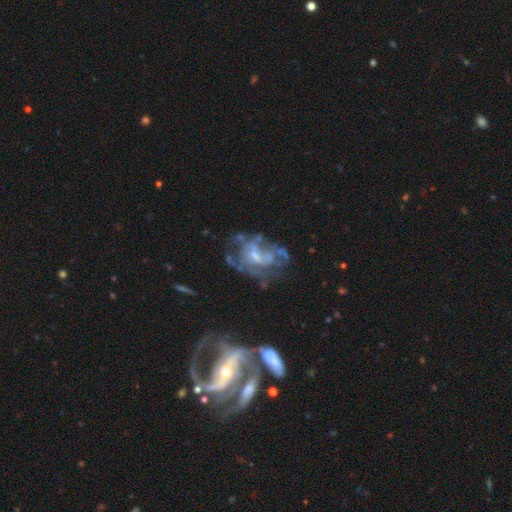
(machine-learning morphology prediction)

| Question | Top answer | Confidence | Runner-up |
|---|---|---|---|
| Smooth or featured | featured or disk | 74% | smooth (15%) |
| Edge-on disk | no | 97% | yes (3%) |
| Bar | no | 57% | weak (35%) |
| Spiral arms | no | 51% | yes (49%) |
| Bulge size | small | 45% | moderate (35%) |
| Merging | none | 40% | major disturbance (29%) |